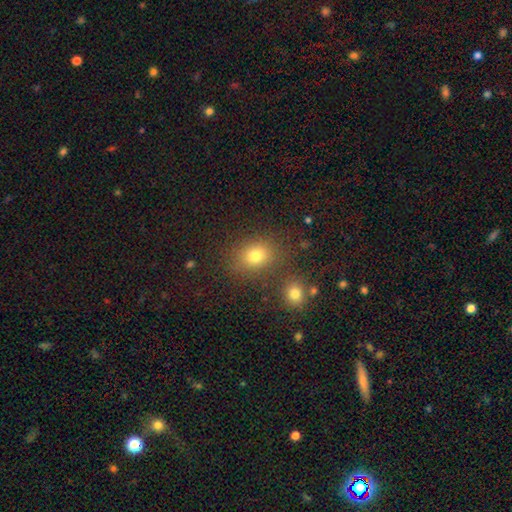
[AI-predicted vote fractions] Smooth or featured? smooth (74%)
How rounded? round (53%)
Merging? none (75%)